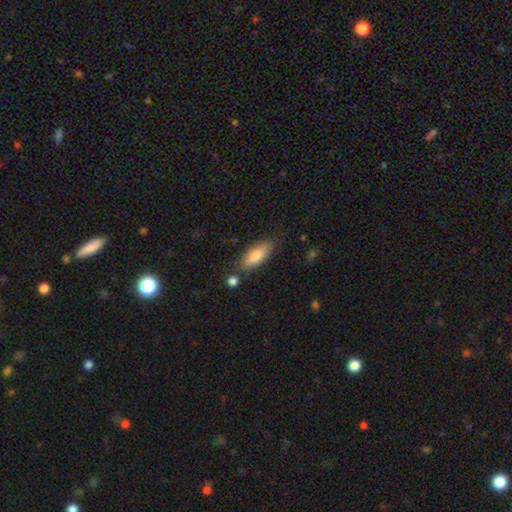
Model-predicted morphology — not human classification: Smooth or featured? Predicted: smooth (p=0.80). How rounded? Predicted: in between (p=0.74). Merging? Predicted: none (p=0.78).